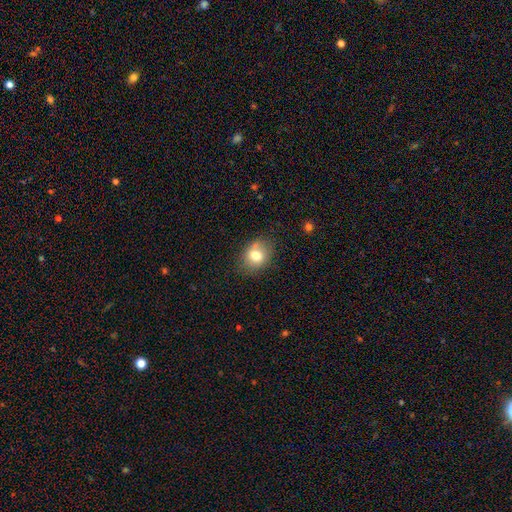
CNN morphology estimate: Smooth or featured? smooth (76%)
How rounded? in between (51%)
Merging? none (76%)